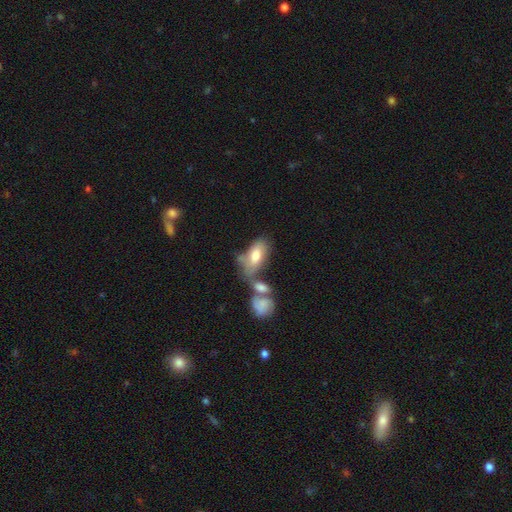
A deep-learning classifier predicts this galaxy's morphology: smooth 69%, featured or disk 24%, star or artifact 7%. Down the decision tree: how rounded — in between (91%); merging — merger (43%).